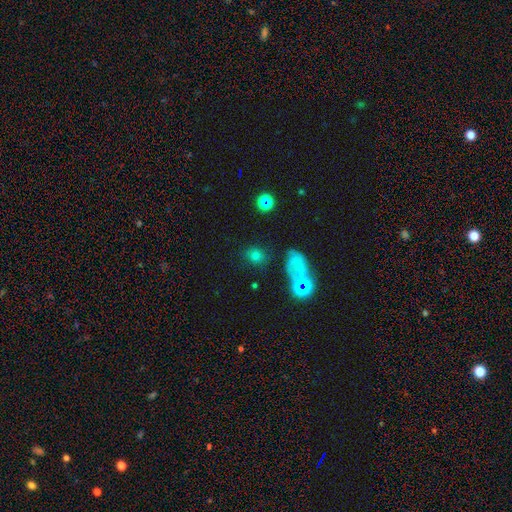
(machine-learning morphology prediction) Q: Smooth or featured?
A: smooth (66%); runner-up: star or artifact (22%)
Q: How rounded?
A: round (72%); runner-up: in between (26%)
Q: Merging?
A: none (72%); runner-up: minor disturbance (13%)